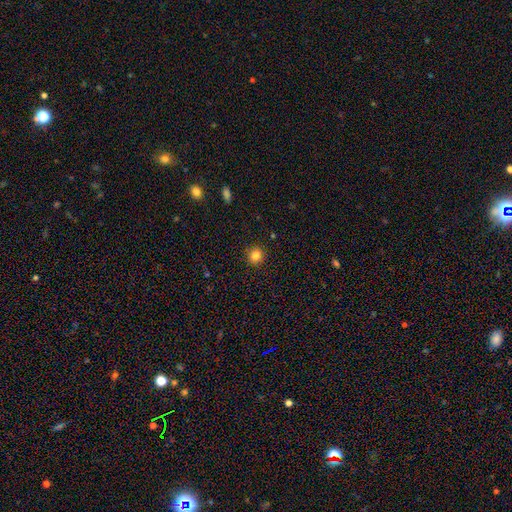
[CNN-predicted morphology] Overall: smooth (83%). How rounded: round (92%). Merging: none (92%).